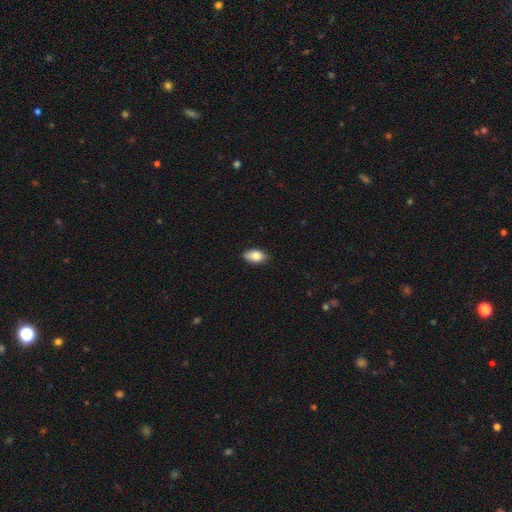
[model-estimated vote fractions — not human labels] smooth 84%, featured or disk 9%, star or artifact 7%. Down the decision tree: how rounded — in between (91%); merging — none (83%).